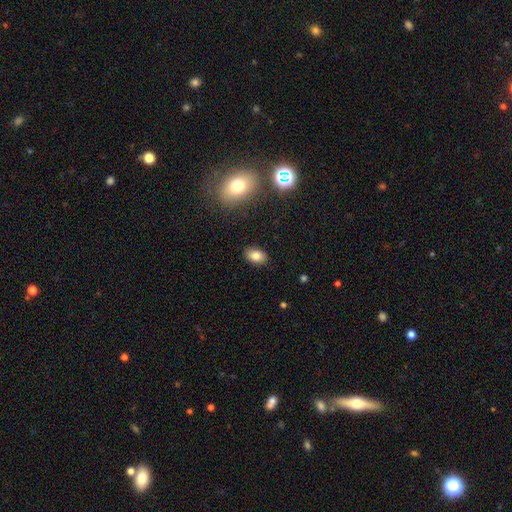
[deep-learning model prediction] Smooth or featured? smooth (81%)
How rounded? in between (87%)
Merging? none (88%)